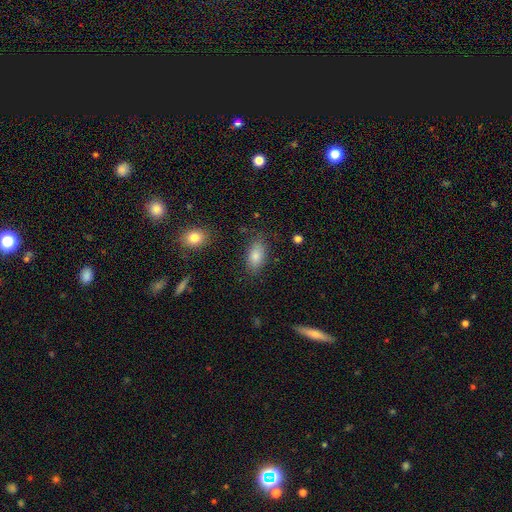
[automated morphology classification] Smooth or featured: smooth — 83% (featured or disk — 9%)
How rounded: in between — 90% (round — 5%)
Merging: none — 80% (minor disturbance — 14%)